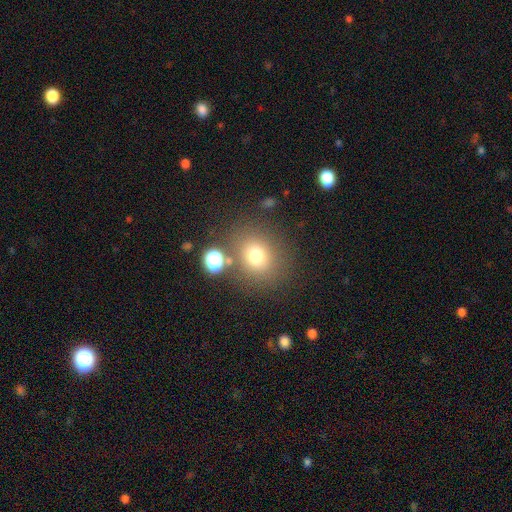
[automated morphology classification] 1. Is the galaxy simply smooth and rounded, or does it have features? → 74% smooth, 16% star or artifact, 10% featured or disk.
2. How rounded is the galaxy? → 73% round, 26% in between, 1% cigar-shaped.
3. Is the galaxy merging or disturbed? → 75% none, 11% minor disturbance, 8% merger, 6% major disturbance.